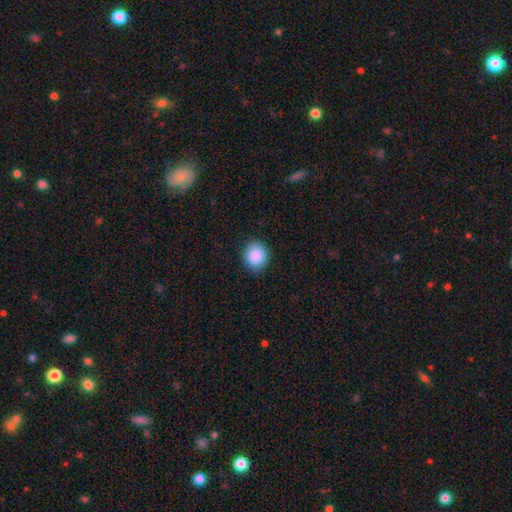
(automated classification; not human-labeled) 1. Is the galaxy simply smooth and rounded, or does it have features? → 89% smooth, 8% star or artifact, 3% featured or disk.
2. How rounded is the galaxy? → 84% round, 15% in between, 1% cigar-shaped.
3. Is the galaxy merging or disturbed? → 89% none, 8% minor disturbance, 2% major disturbance, 1% merger.